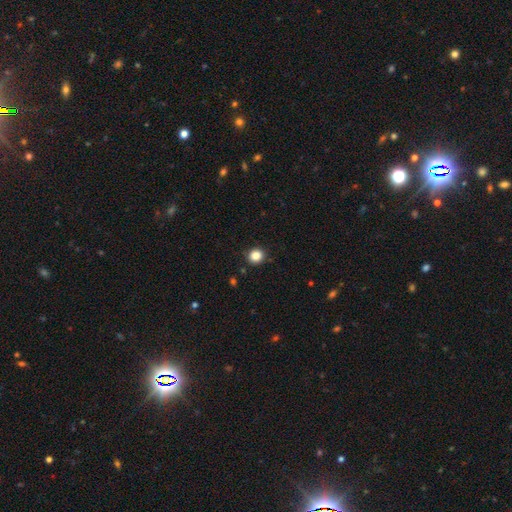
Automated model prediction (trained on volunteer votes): A smooth galaxy with no disk features (85%) that is round (87%).

Vote fractions:
- Smooth or featured? smooth: 85% / star or artifact: 11% / featured or disk: 4%
- How rounded? round: 87% / in between: 12% / cigar-shaped: 1%
- Merging? none: 90% / minor disturbance: 7% / major disturbance: 2% / merger: 1%